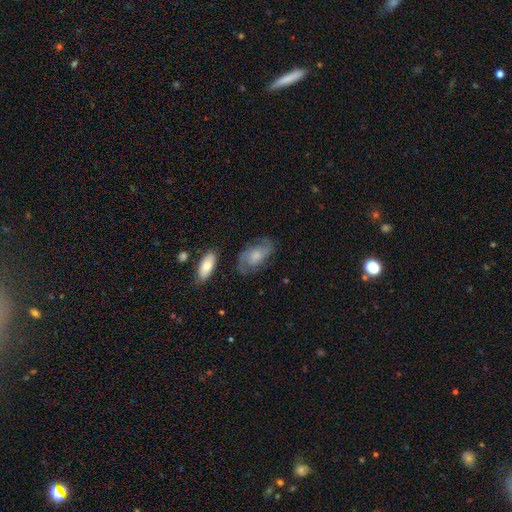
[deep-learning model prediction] A featured or disk galaxy (63%) with no bar (70%), 2 (70%) medium (46%) spiral arms (86%) and a small central bulge (43%).

Vote fractions:
- Smooth or featured? featured or disk: 63% / smooth: 30% / star or artifact: 7%
- Edge-on disk? no: 95% / yes: 5%
- Bar? no: 70% / weak: 26% / strong: 4%
- Spiral arms? yes: 86% / no: 14%
- Spiral winding? medium: 46% / tight: 35% / loose: 20%
- Spiral arm count? 2: 70% / can't tell: 18% / 3: 5% / 1: 4% / 4: 2% / more than 4: 2%
- Bulge size? small: 43% / moderate: 33% / none: 12% / large: 10% / dominant: 2%
- Merging? none: 66% / minor disturbance: 21% / major disturbance: 10% / merger: 3%